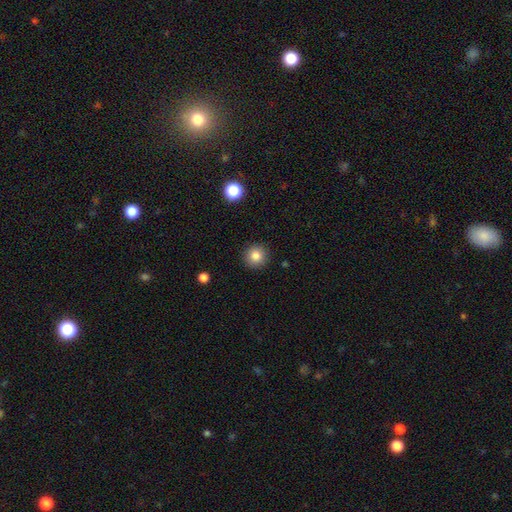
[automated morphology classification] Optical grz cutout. It shows a smooth galaxy with no disk features (83%) that is round (94%). Merging: none (91%).